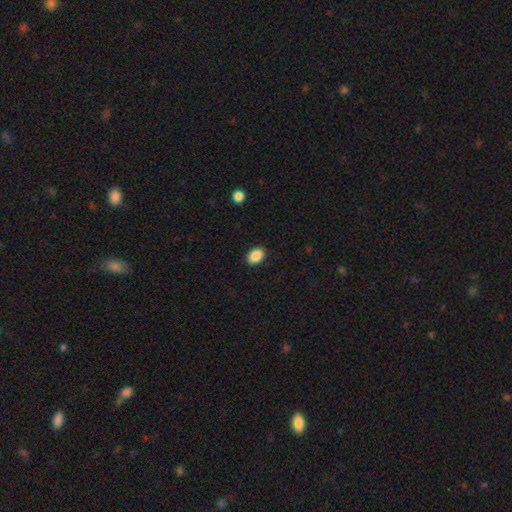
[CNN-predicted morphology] Q: Smooth or featured?
A: smooth (89%); runner-up: star or artifact (8%)
Q: How rounded?
A: in between (80%); runner-up: round (19%)
Q: Merging?
A: none (90%); runner-up: minor disturbance (8%)